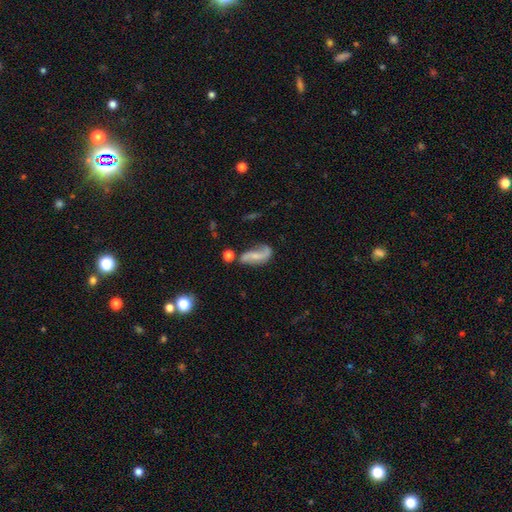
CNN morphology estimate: Smooth or featured? Predicted: featured or disk (p=0.68). Edge-on disk? Predicted: no (p=0.93). Bar? Predicted: no (p=0.48). Spiral arms? Predicted: yes (p=0.89). Spiral winding? Predicted: loose (p=0.79). Spiral arm count? Predicted: 2 (p=0.85). Bulge size? Predicted: small (p=0.45). Merging? Predicted: none (p=0.54).